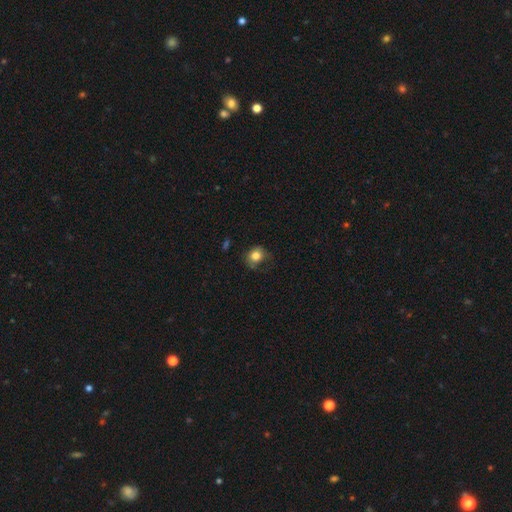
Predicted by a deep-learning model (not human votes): Smooth or featured? smooth (79%)
How rounded? round (70%)
Merging? none (56%)